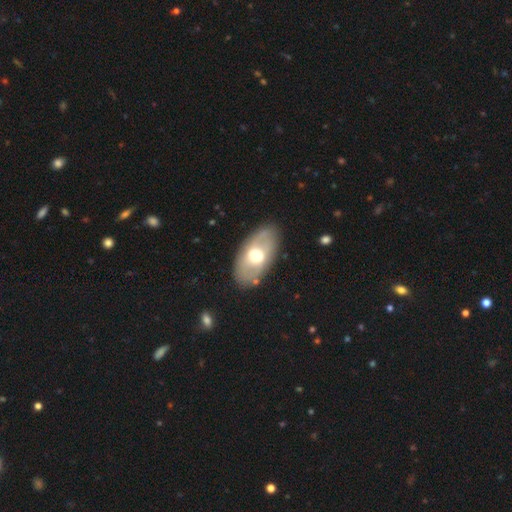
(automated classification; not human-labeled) This appears to be a smooth galaxy with no disk features (48%). Merging: none (82%).